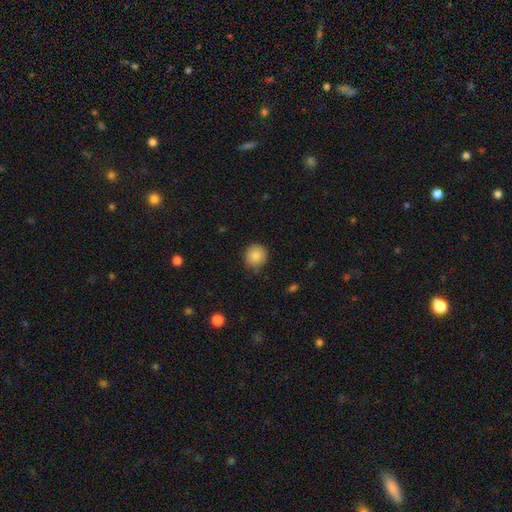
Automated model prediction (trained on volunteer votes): Smooth or featured? Predicted: smooth (p=0.82). How rounded? Predicted: round (p=0.88). Merging? Predicted: none (p=0.77).